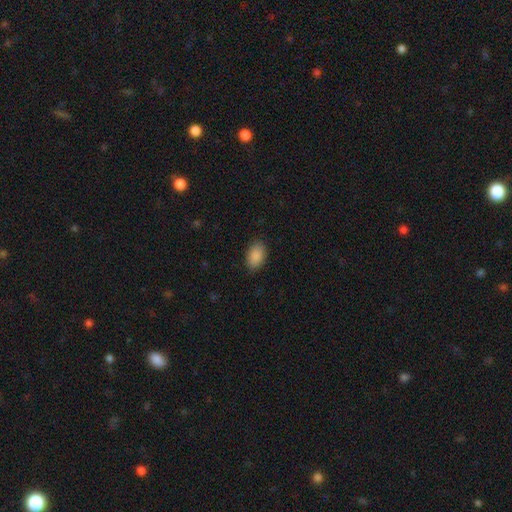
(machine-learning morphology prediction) Q: Smooth or featured?
A: smooth (90%); runner-up: star or artifact (7%)
Q: How rounded?
A: in between (90%); runner-up: round (8%)
Q: Merging?
A: none (87%); runner-up: minor disturbance (10%)